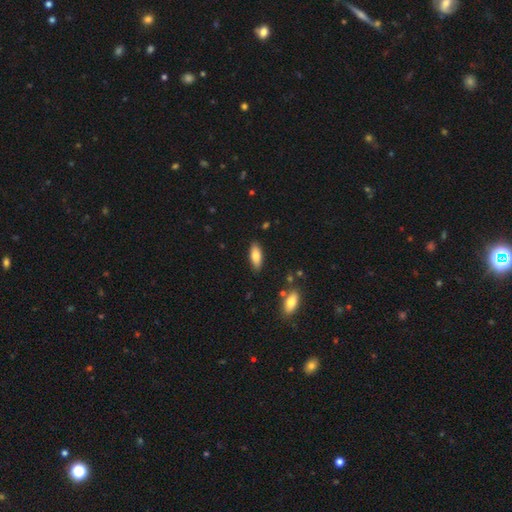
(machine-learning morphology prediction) This is likely a smooth galaxy (79%). How rounded: likely in between (76%). Merging: clearly none (86%).